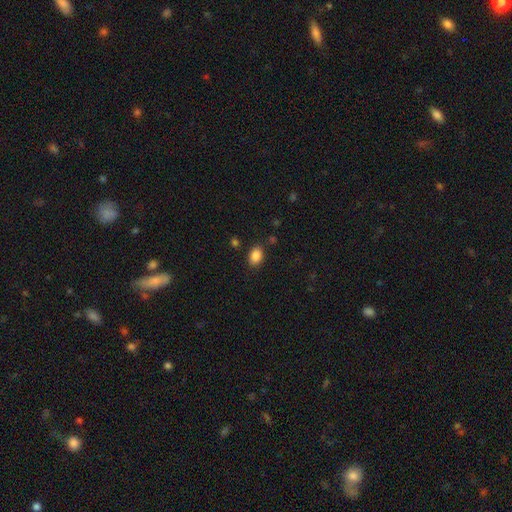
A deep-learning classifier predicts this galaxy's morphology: Q: Smooth or featured?
A: smooth (87%); runner-up: star or artifact (9%)
Q: How rounded?
A: in between (79%); runner-up: round (20%)
Q: Merging?
A: none (83%); runner-up: minor disturbance (11%)